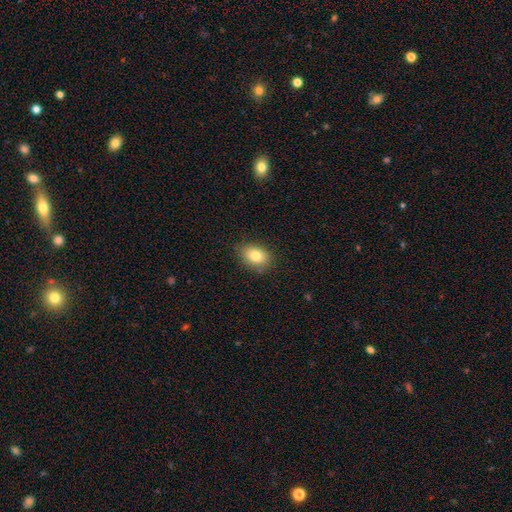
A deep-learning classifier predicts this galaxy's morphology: smooth_or_featured: smooth (p=0.81) [alt: featured or disk p=0.10]
how_rounded: in between (p=0.76) [alt: round p=0.23]
merging: none (p=0.83) [alt: minor disturbance p=0.13]